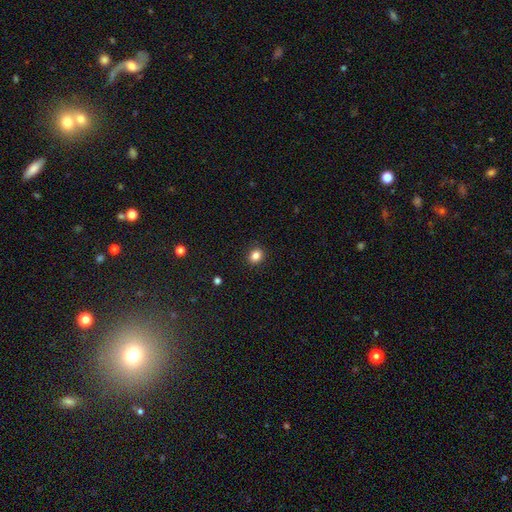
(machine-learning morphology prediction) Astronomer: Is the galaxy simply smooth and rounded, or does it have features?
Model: smooth — 84%.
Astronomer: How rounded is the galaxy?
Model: round — 73%.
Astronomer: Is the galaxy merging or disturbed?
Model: none — 91%.